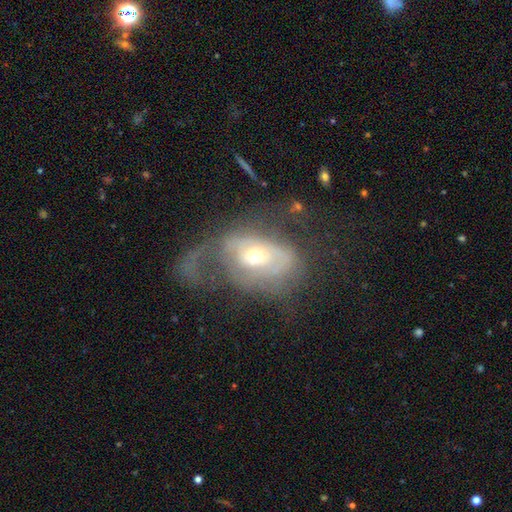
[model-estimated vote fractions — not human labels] Q: Smooth or featured?
A: featured or disk (61%); runner-up: smooth (31%)
Q: Edge-on disk?
A: no (93%); runner-up: yes (7%)
Q: Bar?
A: no (72%); runner-up: weak (21%)
Q: Spiral arms?
A: no (52%); runner-up: yes (48%)
Q: Bulge size?
A: moderate (55%); runner-up: small (38%)
Q: Merging?
A: major disturbance (59%); runner-up: none (21%)